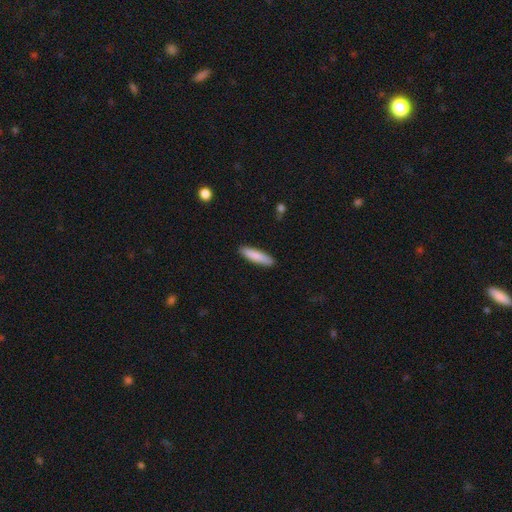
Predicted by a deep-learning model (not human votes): Overall: smooth (85%). How rounded: cigar-shaped (77%). Merging: none (90%).